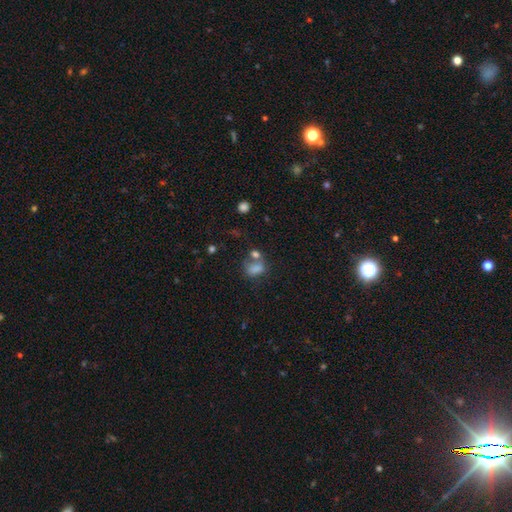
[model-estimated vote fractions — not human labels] Smooth or featured: smooth — 64% (star or artifact — 24%)
How rounded: in between — 61% (round — 36%)
Merging: none — 48% (merger — 31%)